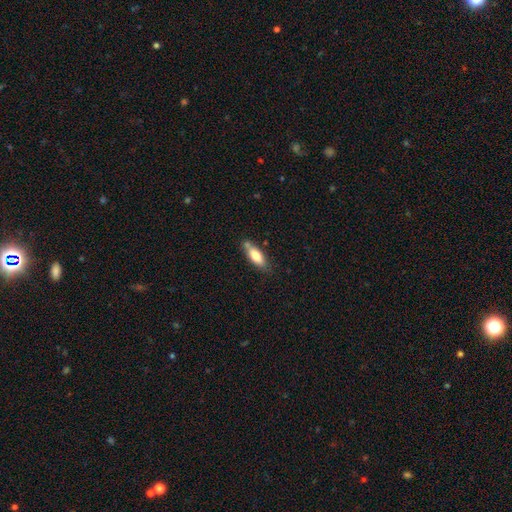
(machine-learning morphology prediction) smooth_or_featured: smooth (p=0.74) [alt: featured or disk p=0.19]
how_rounded: in between (p=0.65) [alt: cigar-shaped p=0.33]
merging: none (p=0.65) [alt: minor disturbance p=0.20]